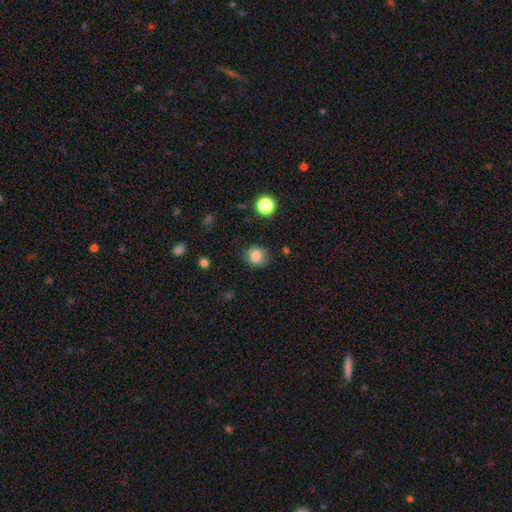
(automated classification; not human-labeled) Smooth or featured: smooth — 84% (star or artifact — 10%)
How rounded: round — 78% (in between — 21%)
Merging: none — 74% (minor disturbance — 19%)